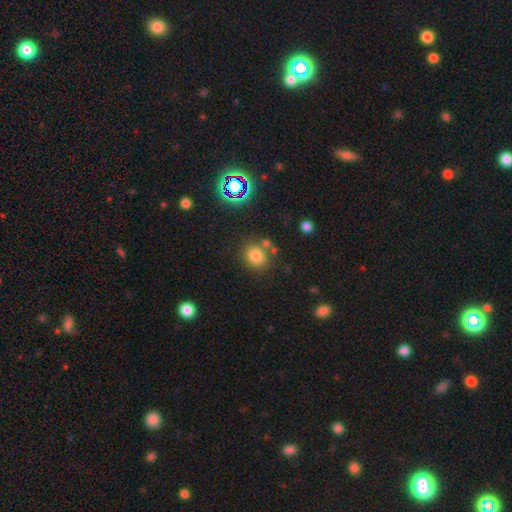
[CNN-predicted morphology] The model was most divided on "how rounded": round: 76%, in between: 23%, cigar-shaped: 1%. More confident: smooth or featured — smooth (79%); merging — none (75%).